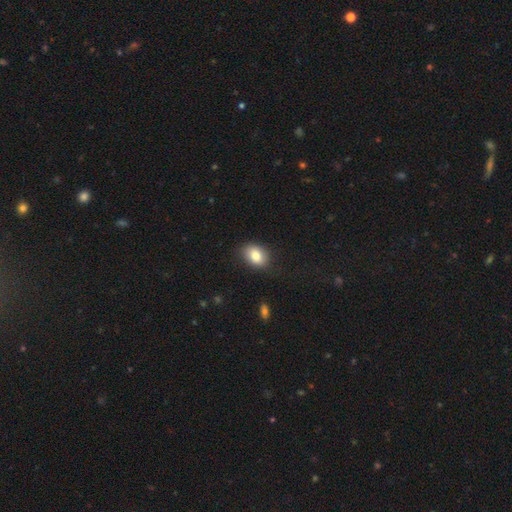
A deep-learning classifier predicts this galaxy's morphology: smooth-or-featured: smooth: 83% | featured or disk: 9% | star or artifact: 8%
  how-rounded: in between: 78% | round: 21% | cigar-shaped: 1%
  merging: none: 83% | minor disturbance: 13% | major disturbance: 3% | merger: 1%